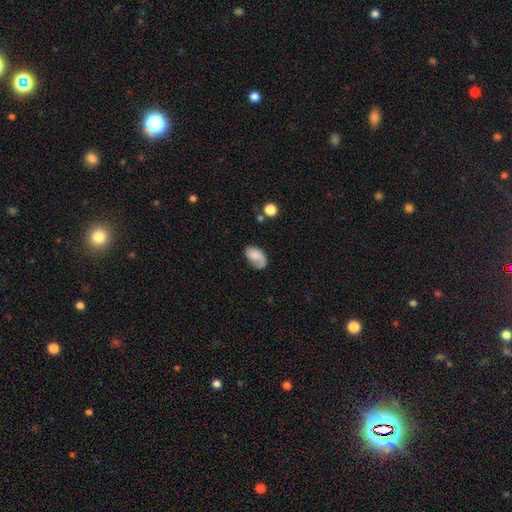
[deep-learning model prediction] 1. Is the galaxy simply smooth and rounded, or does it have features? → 56% smooth, 36% featured or disk, 8% star or artifact.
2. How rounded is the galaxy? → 89% in between, 9% round, 1% cigar-shaped.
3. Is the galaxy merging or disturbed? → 53% none, 27% minor disturbance, 17% major disturbance, 3% merger.